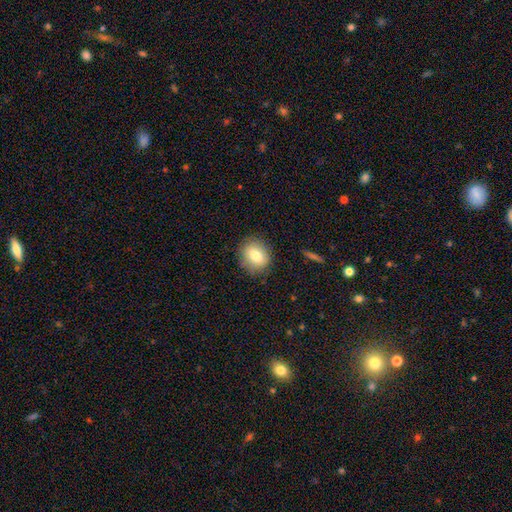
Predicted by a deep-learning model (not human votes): smooth 79%, featured or disk 13%, star or artifact 9%. Down the decision tree: how rounded — round (70%); merging — none (85%).